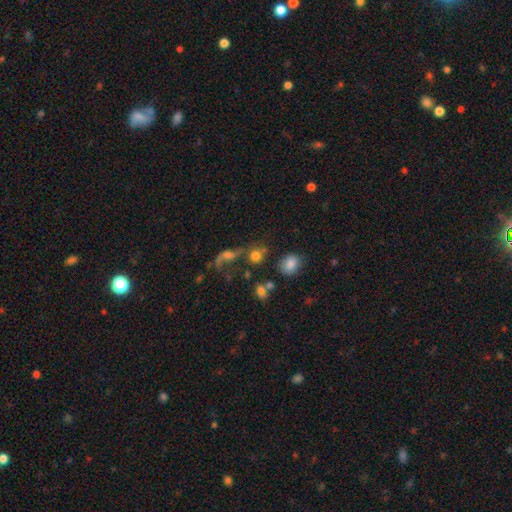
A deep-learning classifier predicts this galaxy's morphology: type=smooth (68%); roundness=round (78%); merging=none (46%).